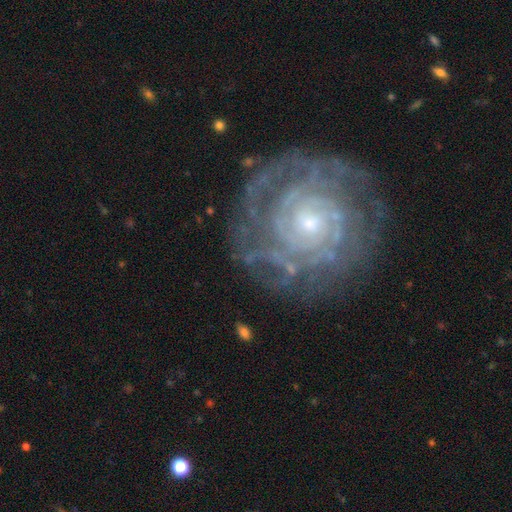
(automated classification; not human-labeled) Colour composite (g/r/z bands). It shows a featured or disk galaxy (87%) with no bar (79%), tight (82%) spiral arms (95%) and a small central bulge (70%). Merging: none (78%).